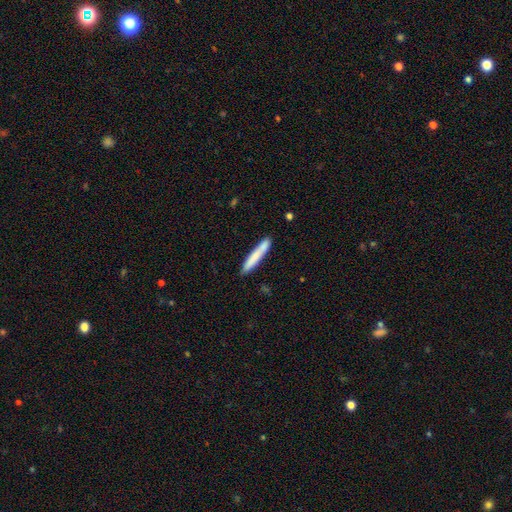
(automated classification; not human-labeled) smooth-or-featured: smooth: 77% | featured or disk: 17% | star or artifact: 6%
  how-rounded: cigar-shaped: 94% | in between: 5% | round: 1%
  merging: none: 84% | minor disturbance: 11% | merger: 3% | major disturbance: 2%